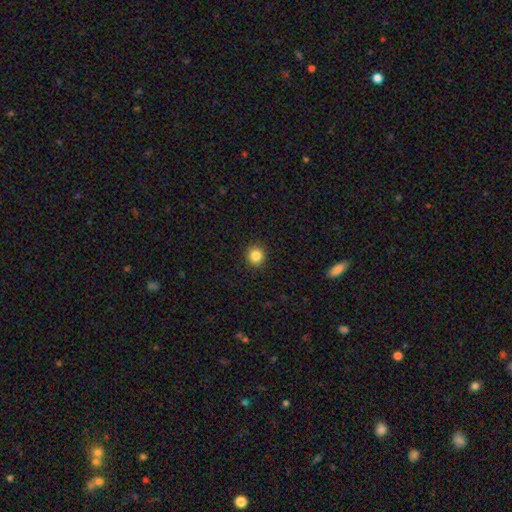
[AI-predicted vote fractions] Q: Smooth or featured?
A: smooth (85%); runner-up: star or artifact (11%)
Q: How rounded?
A: round (92%); runner-up: in between (7%)
Q: Merging?
A: none (91%); runner-up: minor disturbance (6%)